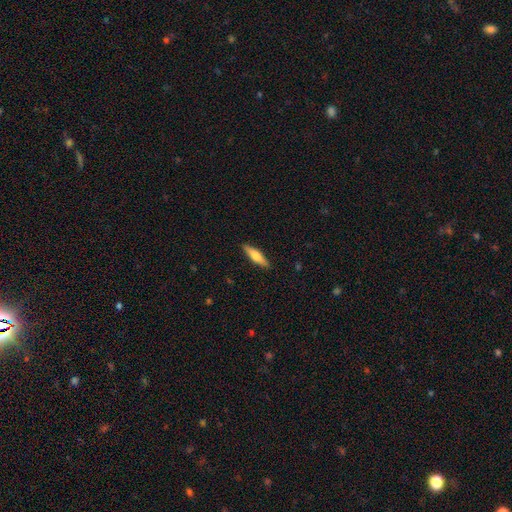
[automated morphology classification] smooth 59%, featured or disk 35%, star or artifact 6%. Down the decision tree: how rounded — cigar-shaped (71%); merging — none (89%).